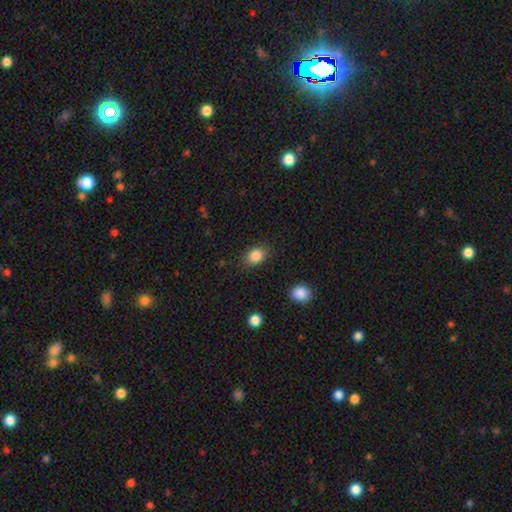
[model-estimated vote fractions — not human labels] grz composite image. It shows a smooth galaxy with no disk features (87%) that is in between round and cigar-shaped (69%). Merging: none (84%).